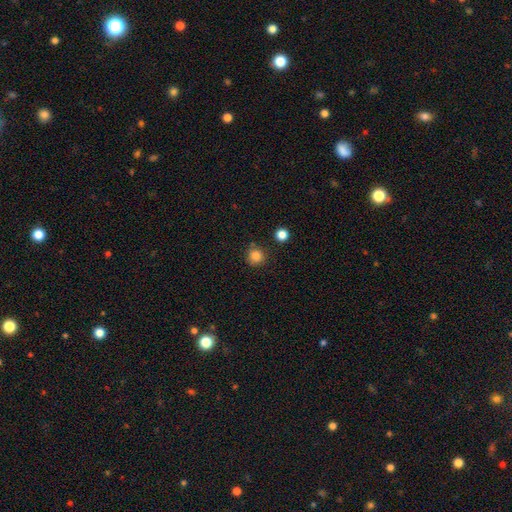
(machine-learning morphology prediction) The model was most divided on "smooth or featured": smooth: 84%, star or artifact: 12%, featured or disk: 5%. More confident: how rounded — round (93%); merging — none (83%).